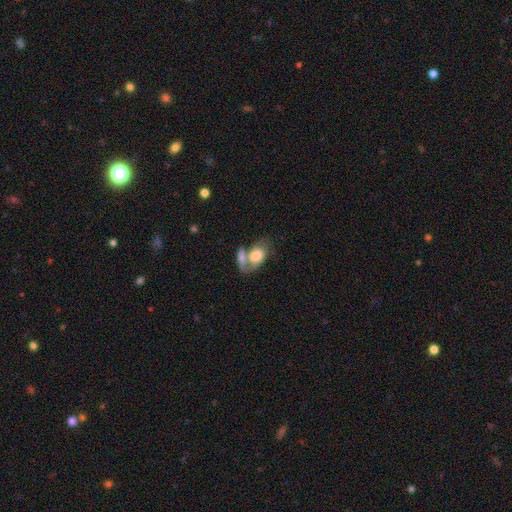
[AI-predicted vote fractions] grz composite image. It shows a smooth galaxy with no disk features (67%) that is in between round and cigar-shaped (88%). Merging: merger (59%).